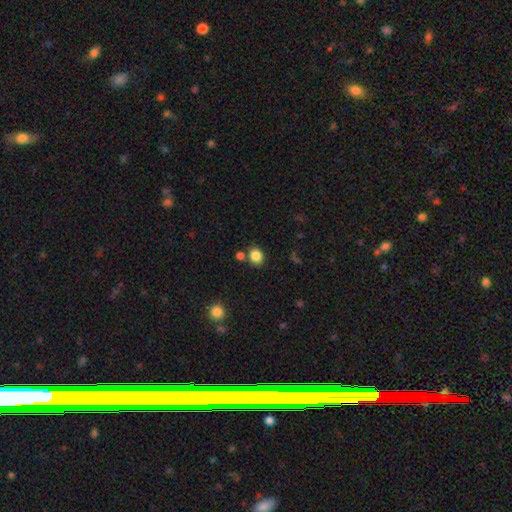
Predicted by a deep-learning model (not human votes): Morphology: type=smooth (84%); roundness=round (66%); merging=none (75%).